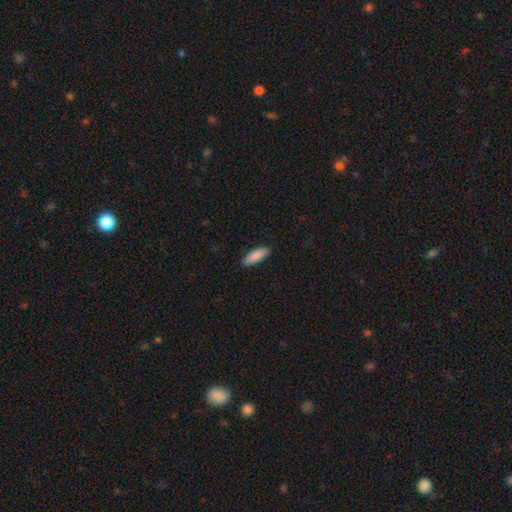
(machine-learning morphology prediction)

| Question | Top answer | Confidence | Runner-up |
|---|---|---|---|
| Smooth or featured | smooth | 89% | star or artifact (5%) |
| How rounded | in between | 58% | cigar-shaped (40%) |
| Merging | none | 90% | minor disturbance (7%) |